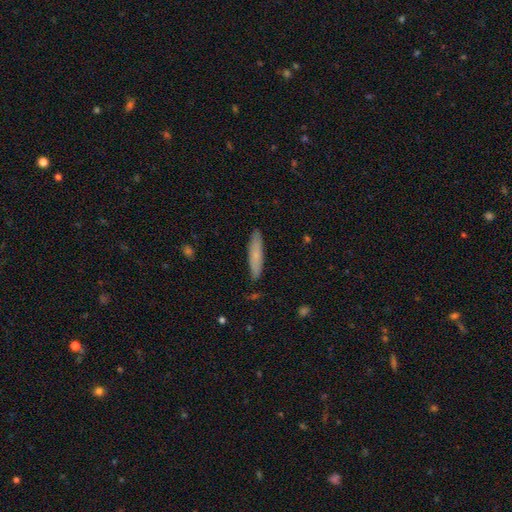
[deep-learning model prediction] smooth-or-featured: smooth: 71% | featured or disk: 23% | star or artifact: 6%
  how-rounded: cigar-shaped: 83% | in between: 15% | round: 2%
  merging: none: 86% | minor disturbance: 11% | major disturbance: 2% | merger: 1%